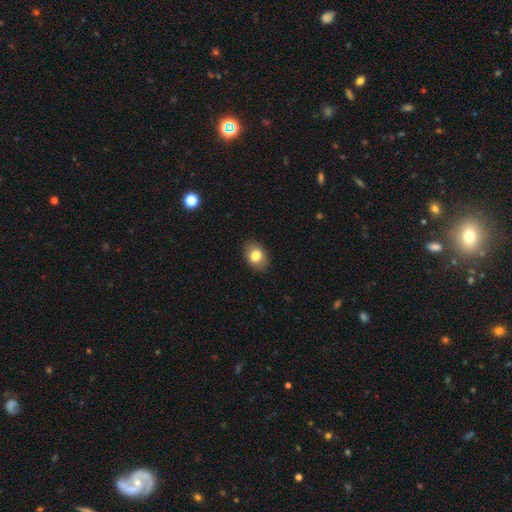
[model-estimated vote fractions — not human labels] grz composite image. It shows a smooth galaxy with no disk features (80%) that is in between round and cigar-shaped (70%). Merging: none (87%).